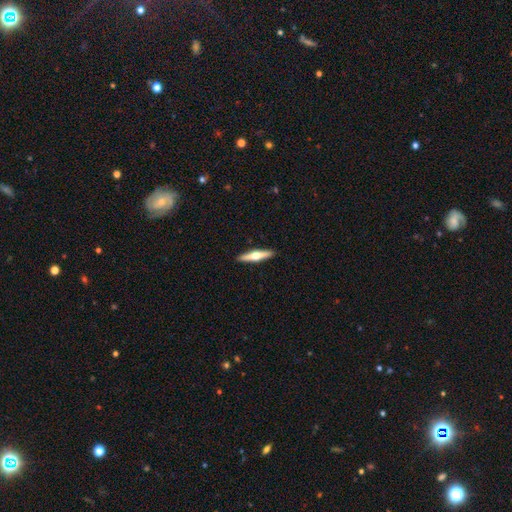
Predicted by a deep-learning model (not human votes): smooth-or-featured: featured or disk: 59% | smooth: 36% | star or artifact: 5%
  disk-edge-on: yes: 96% | no: 4%
    edge-on-bulge: rounded: 95% | none: 3% | boxy: 2%
  merging: none: 92% | minor disturbance: 6% | major disturbance: 1% | merger: 1%